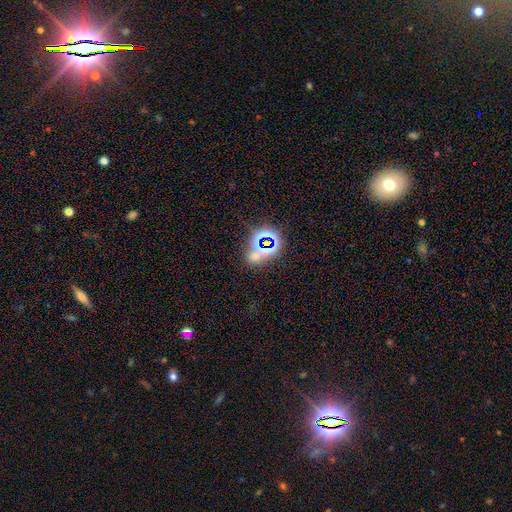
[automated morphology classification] star or artifact 59%, smooth 31%, featured or disk 10%.